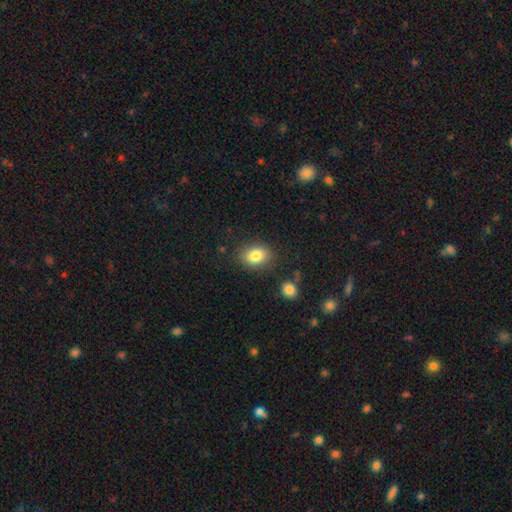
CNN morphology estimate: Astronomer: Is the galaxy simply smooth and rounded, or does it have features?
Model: smooth — 84%.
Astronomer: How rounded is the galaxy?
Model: in between — 68%.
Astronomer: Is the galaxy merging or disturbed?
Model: none — 83%.